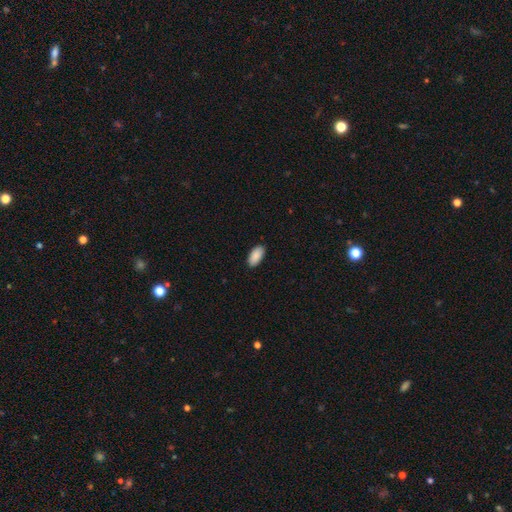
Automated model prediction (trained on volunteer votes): Smooth or featured?
  - smooth: 91% *
  - star or artifact: 6%
  - featured or disk: 3%
How rounded?
  - in between: 95% *
  - cigar-shaped: 3%
  - round: 2%
Merging?
  - none: 89% *
  - minor disturbance: 8%
  - major disturbance: 2%
  - merger: 1%